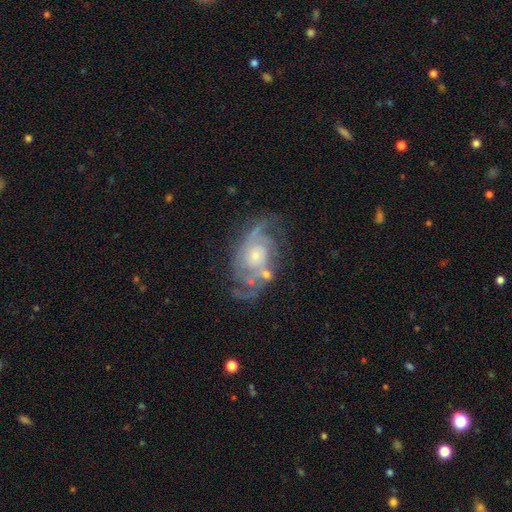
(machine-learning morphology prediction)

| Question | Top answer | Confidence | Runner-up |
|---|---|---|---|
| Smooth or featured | featured or disk | 87% | smooth (7%) |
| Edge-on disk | no | 97% | yes (3%) |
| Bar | no | 72% | weak (23%) |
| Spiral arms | yes | 96% | no (4%) |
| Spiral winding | tight | 43% | tied: medium (43%) |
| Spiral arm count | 2 | 51% | can't tell (18%) |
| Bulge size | small | 64% | moderate (29%) |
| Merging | none | 64% | minor disturbance (18%) |